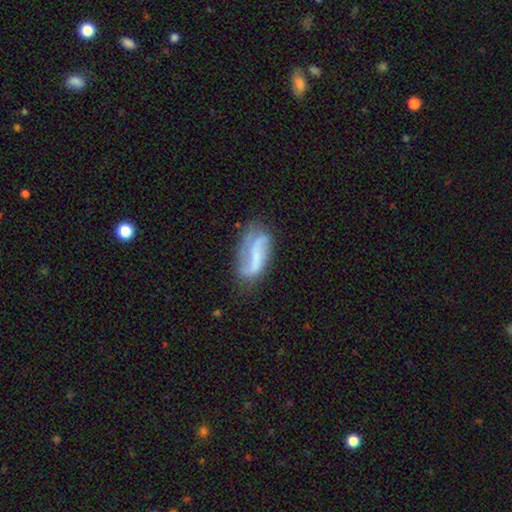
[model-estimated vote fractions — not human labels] Smooth or featured: featured or disk — 64% (smooth — 28%)
Edge-on disk: no — 95% (yes — 5%)
Bar: weak — 34% (no — 33%)
Spiral arms: yes — 83% (no — 17%)
Spiral winding: loose — 64% (medium — 25%)
Spiral arm count: 2 — 72% (1 — 12%)
Bulge size: none — 53% (small — 29%)
Merging: none — 53% (minor disturbance — 25%)